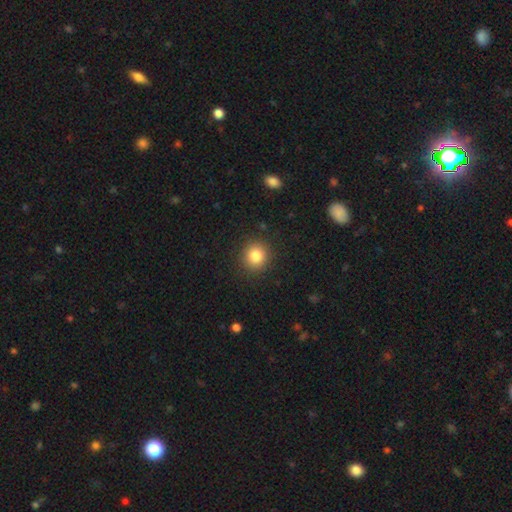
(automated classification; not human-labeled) Smooth or featured?
  - smooth: 84% *
  - star or artifact: 11%
  - featured or disk: 6%
How rounded?
  - round: 90% *
  - in between: 9%
  - cigar-shaped: 1%
Merging?
  - none: 90% *
  - minor disturbance: 6%
  - major disturbance: 2%
  - merger: 1%